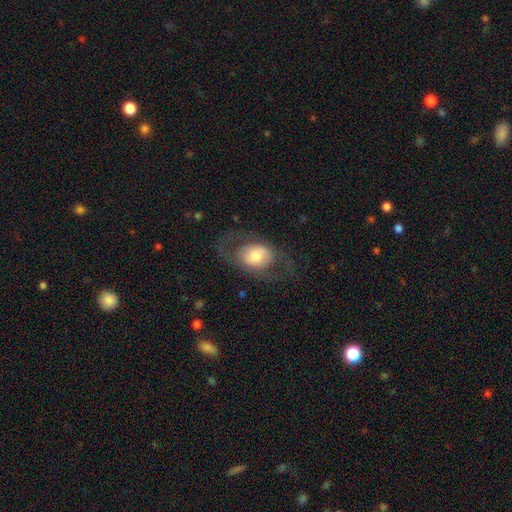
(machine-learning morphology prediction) Smooth or featured: smooth — 48% (featured or disk — 45%)
Merging: none — 64% (major disturbance — 19%)